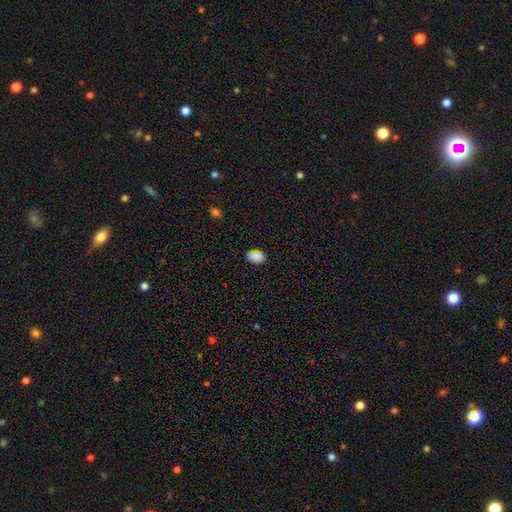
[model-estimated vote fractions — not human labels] A smooth galaxy with no disk features (88%) that is in between round and cigar-shaped (89%).

Vote fractions:
- Smooth or featured? smooth: 88% / star or artifact: 9% / featured or disk: 3%
- How rounded? in between: 89% / round: 9% / cigar-shaped: 1%
- Merging? none: 81% / minor disturbance: 15% / major disturbance: 3% / merger: 1%